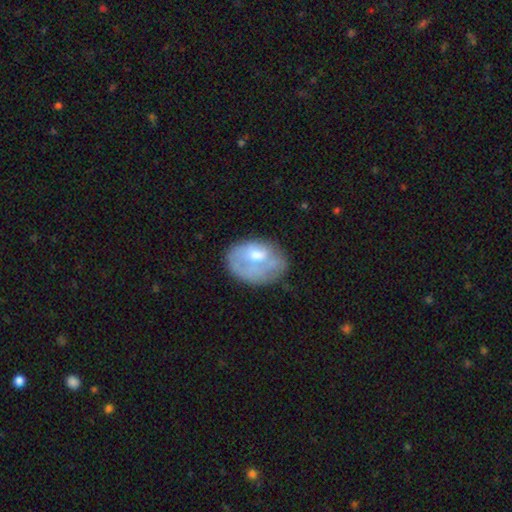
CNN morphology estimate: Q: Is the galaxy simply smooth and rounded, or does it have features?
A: smooth — 51%.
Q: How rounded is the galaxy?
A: in between — 77%.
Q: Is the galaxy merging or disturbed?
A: none — 42%.